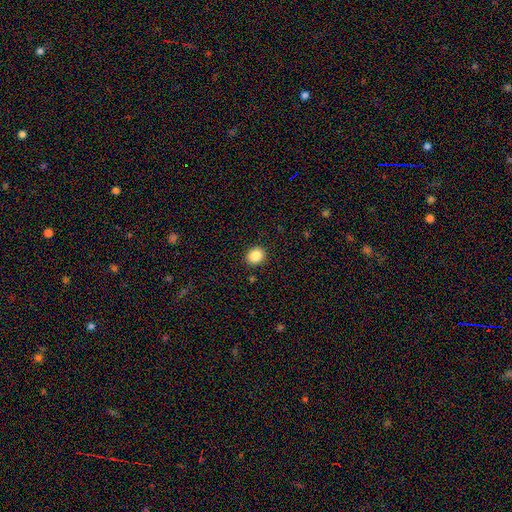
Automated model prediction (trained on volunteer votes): Overall: smooth (85%). How rounded: round (73%). Merging: none (90%).